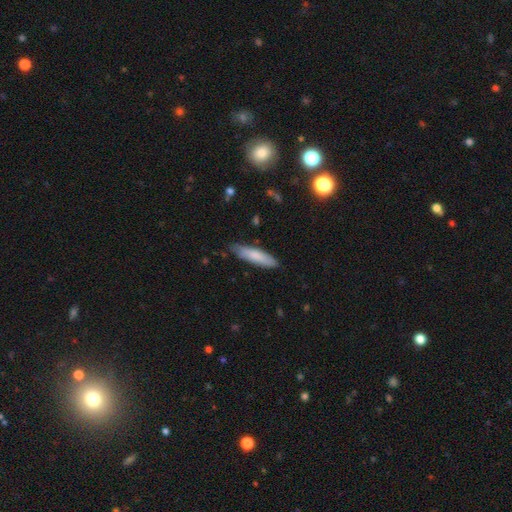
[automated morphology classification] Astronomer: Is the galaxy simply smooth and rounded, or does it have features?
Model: smooth — 77%.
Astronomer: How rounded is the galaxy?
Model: cigar-shaped — 73%.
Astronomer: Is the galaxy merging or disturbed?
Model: none — 78%.